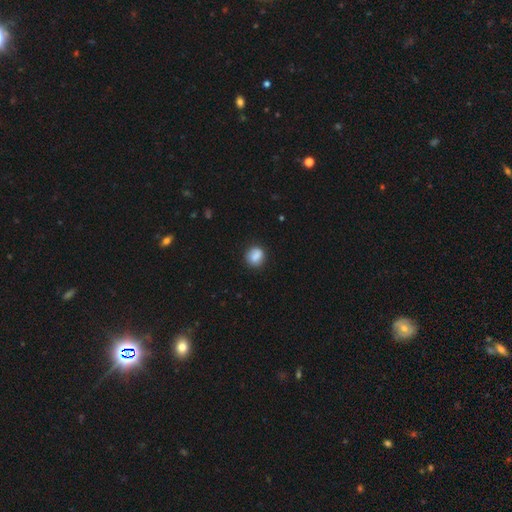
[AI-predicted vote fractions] Q: Smooth or featured?
A: smooth (83%); runner-up: featured or disk (8%)
Q: How rounded?
A: round (72%); runner-up: in between (27%)
Q: Merging?
A: none (81%); runner-up: minor disturbance (13%)